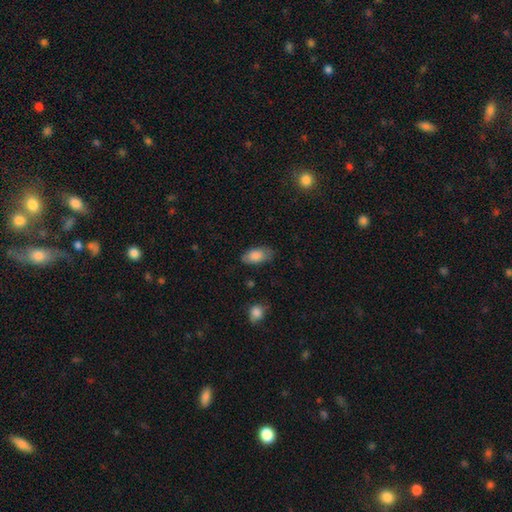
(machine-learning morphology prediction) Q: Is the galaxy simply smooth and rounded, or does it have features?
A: smooth — 84%.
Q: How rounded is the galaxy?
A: in between — 92%.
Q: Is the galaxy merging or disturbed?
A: none — 74%.